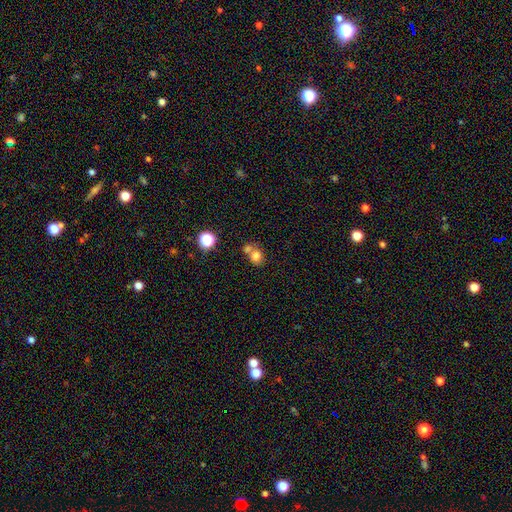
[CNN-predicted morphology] Smooth or featured?
  - smooth: 77% *
  - star or artifact: 13%
  - featured or disk: 11%
How rounded?
  - round: 74% *
  - in between: 26%
  - cigar-shaped: 1%
Merging?
  - merger: 44% * (tied)
  - none: 44% * (tied)
  - minor disturbance: 9%
  - major disturbance: 3%